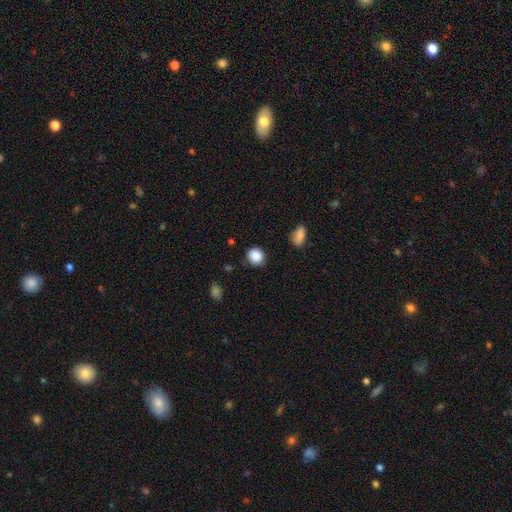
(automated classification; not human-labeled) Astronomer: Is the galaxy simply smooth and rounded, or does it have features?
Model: smooth — 88%.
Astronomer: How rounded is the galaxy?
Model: round — 84%.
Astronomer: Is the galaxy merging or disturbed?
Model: none — 85%.